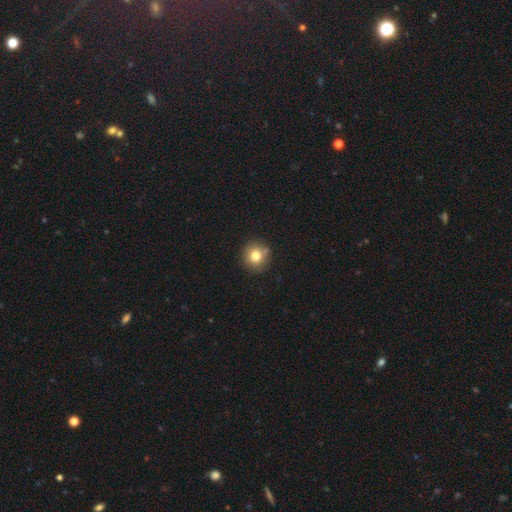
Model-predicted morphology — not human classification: Smooth or featured: smooth — 78% (star or artifact — 12%)
How rounded: round — 92% (in between — 7%)
Merging: none — 82% (minor disturbance — 9%)